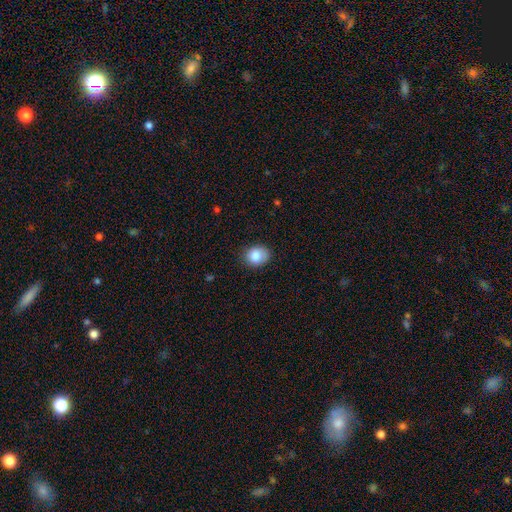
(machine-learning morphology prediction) Smooth or featured? smooth (84%)
How rounded? round (57%)
Merging? none (72%)